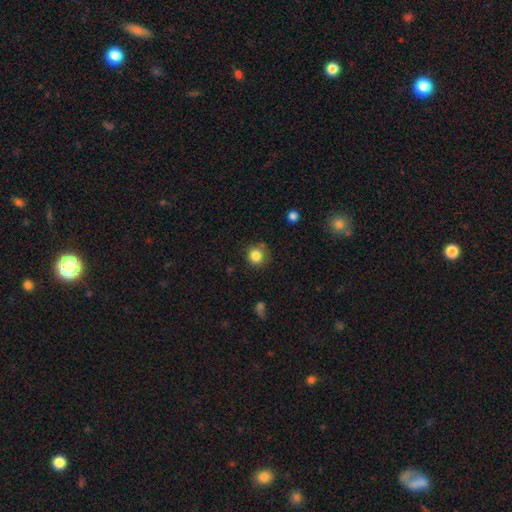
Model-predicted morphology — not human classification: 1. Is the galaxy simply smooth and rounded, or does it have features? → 84% smooth, 11% star or artifact, 5% featured or disk.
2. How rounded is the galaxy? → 91% round, 8% in between, 1% cigar-shaped.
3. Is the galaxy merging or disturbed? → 77% none, 15% minor disturbance, 4% major disturbance, 3% merger.